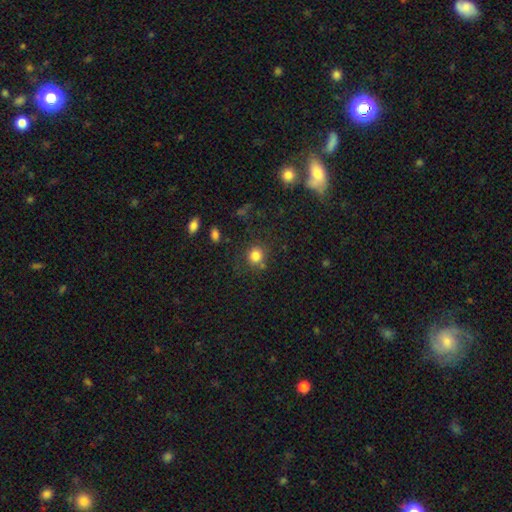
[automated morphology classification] Smooth or featured: smooth — 82% (star or artifact — 12%)
How rounded: round — 87% (in between — 13%)
Merging: none — 77% (minor disturbance — 11%)